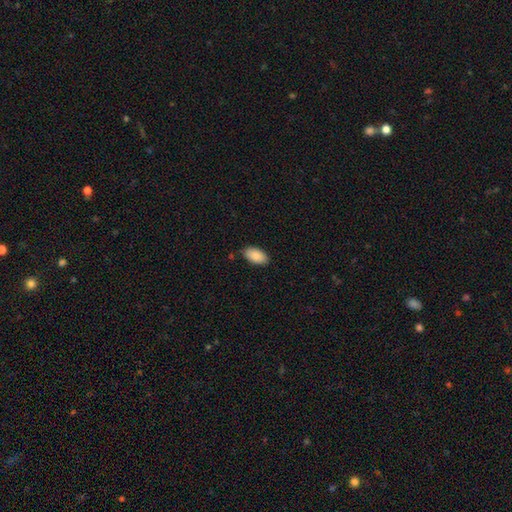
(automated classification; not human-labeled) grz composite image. It shows a smooth galaxy with no disk features (87%) that is in between round and cigar-shaped (95%). Merging: none (85%).